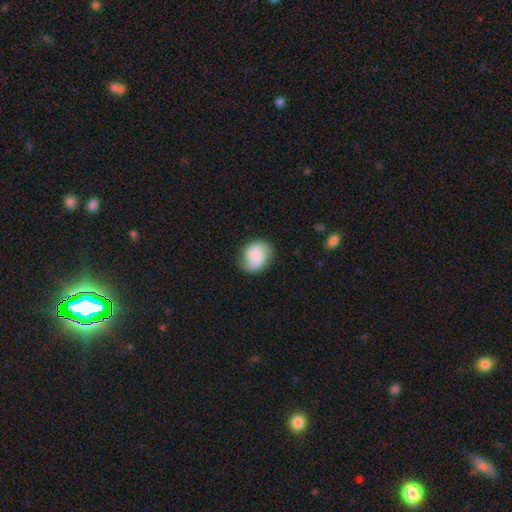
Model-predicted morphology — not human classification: smooth-or-featured: smooth: 64% | featured or disk: 28% | star or artifact: 8%
  how-rounded: round: 57% | in between: 42% | cigar-shaped: 1%
  merging: none: 65% | minor disturbance: 25% | major disturbance: 9% | merger: 1%